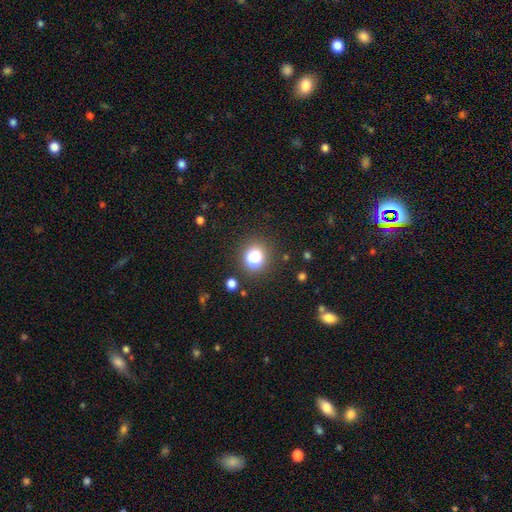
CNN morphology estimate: A smooth galaxy with no disk features (60%) that is round (86%). Merging: none (80%).